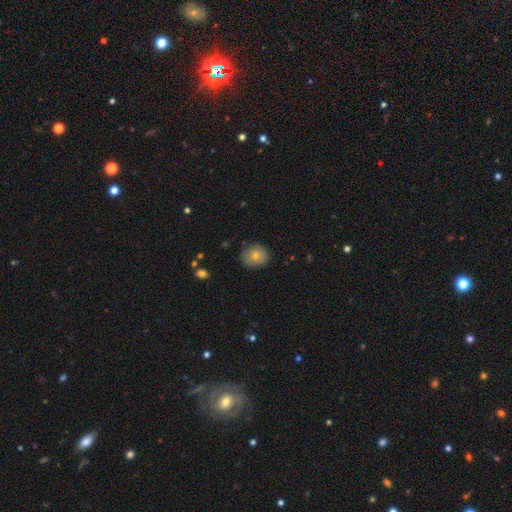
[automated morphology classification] Smooth or featured? smooth (77%)
How rounded? round (69%)
Merging? none (79%)